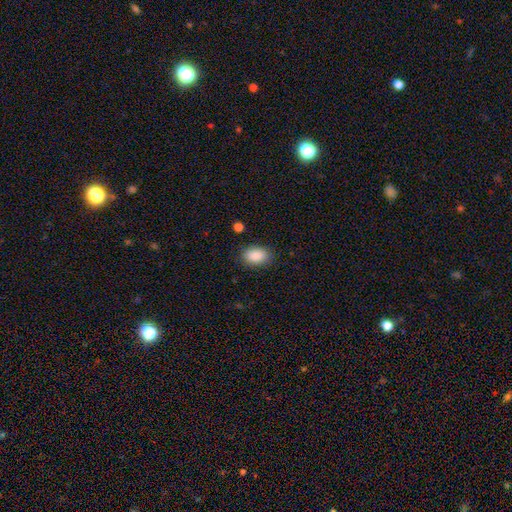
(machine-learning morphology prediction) A smooth galaxy with no disk features (89%) that is in between round and cigar-shaped (88%). Merging: none (85%).